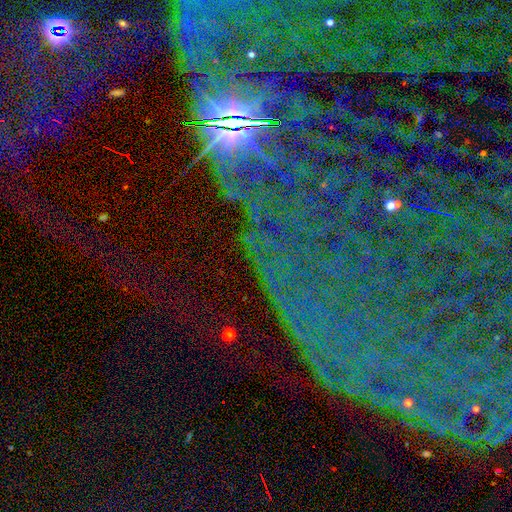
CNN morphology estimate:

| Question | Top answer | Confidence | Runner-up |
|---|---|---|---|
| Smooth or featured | star or artifact | 81% | featured or disk (11%) |